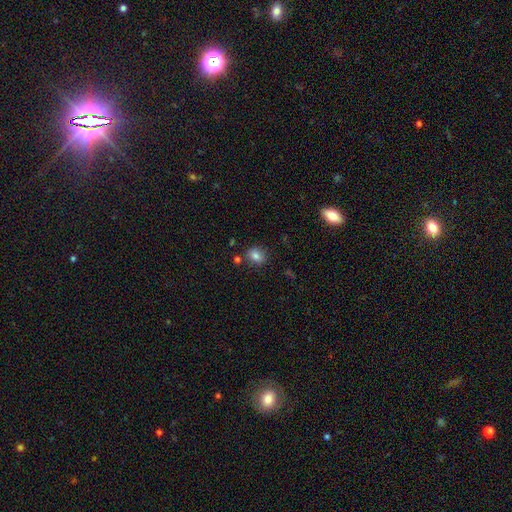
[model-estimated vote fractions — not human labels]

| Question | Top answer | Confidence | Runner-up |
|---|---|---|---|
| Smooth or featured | smooth | 81% | star or artifact (12%) |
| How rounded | round | 61% | in between (38%) |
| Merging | none | 80% | minor disturbance (11%) |